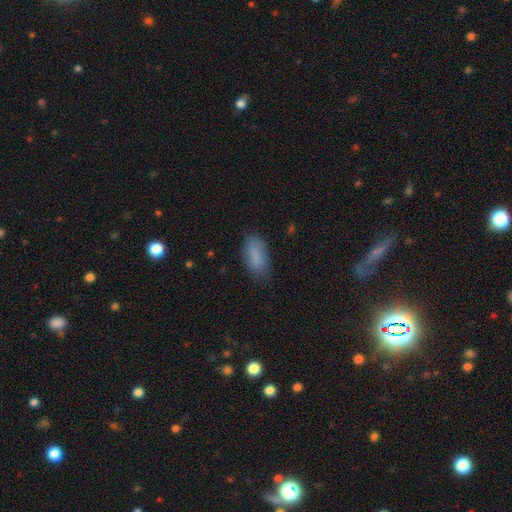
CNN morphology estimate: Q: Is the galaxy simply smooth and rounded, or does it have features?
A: smooth — 83%.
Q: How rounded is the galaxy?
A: in between — 89%.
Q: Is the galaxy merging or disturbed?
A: none — 75%.